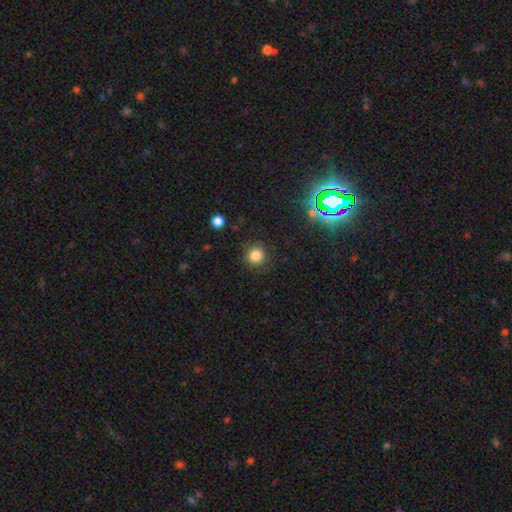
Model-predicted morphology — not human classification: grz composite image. It shows a smooth galaxy with no disk features (82%) that is round (92%). Merging: none (89%).